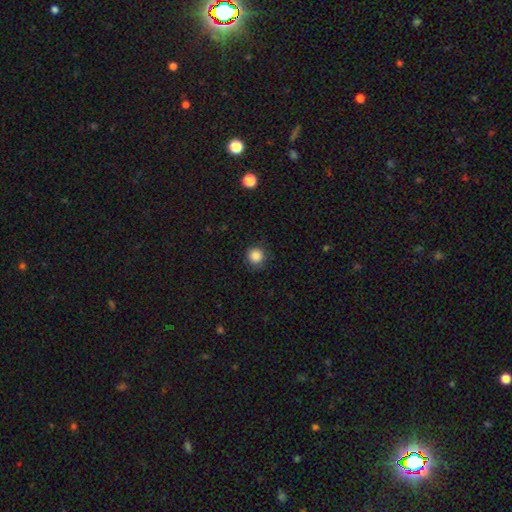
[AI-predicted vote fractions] Smooth or featured? smooth (86%)
How rounded? round (94%)
Merging? none (86%)